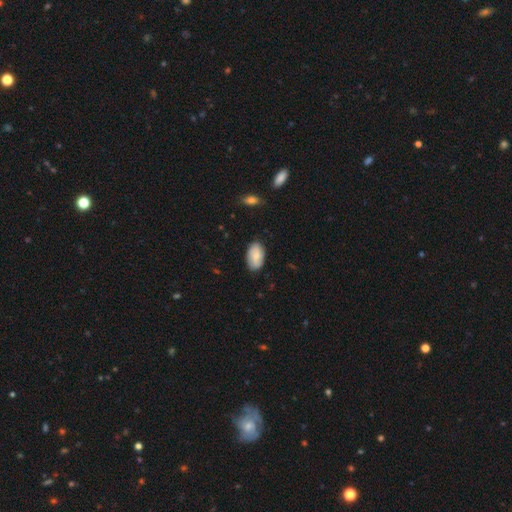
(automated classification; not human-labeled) Smooth or featured? Predicted: smooth (p=0.68). How rounded? Predicted: in between (p=0.93). Merging? Predicted: none (p=0.83).